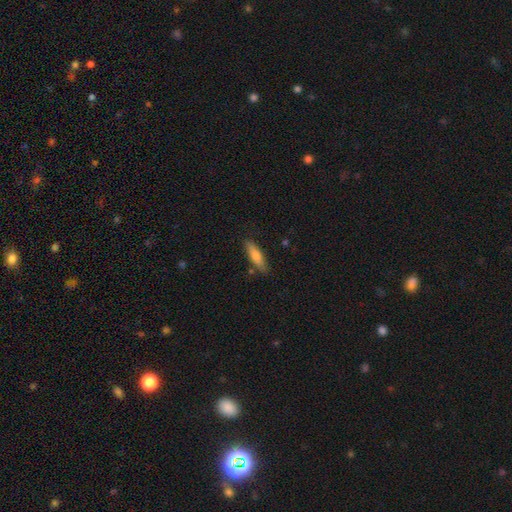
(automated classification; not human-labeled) Smooth or featured? Predicted: smooth (p=0.72). How rounded? Predicted: cigar-shaped (p=0.71). Merging? Predicted: none (p=0.81).